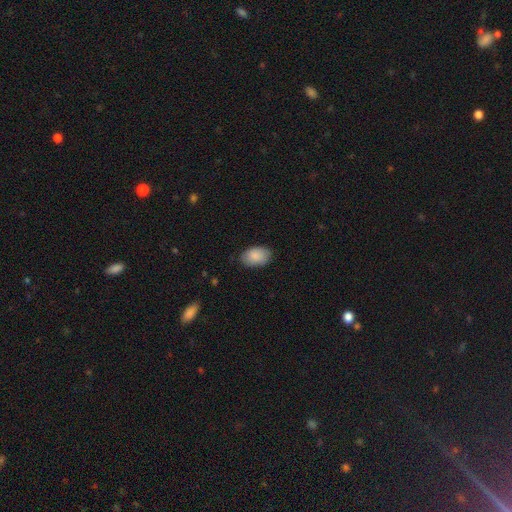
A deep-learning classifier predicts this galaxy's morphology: This appears to be a smooth galaxy with no disk features (88%) that is in between round and cigar-shaped (90%). Merging: none (81%).